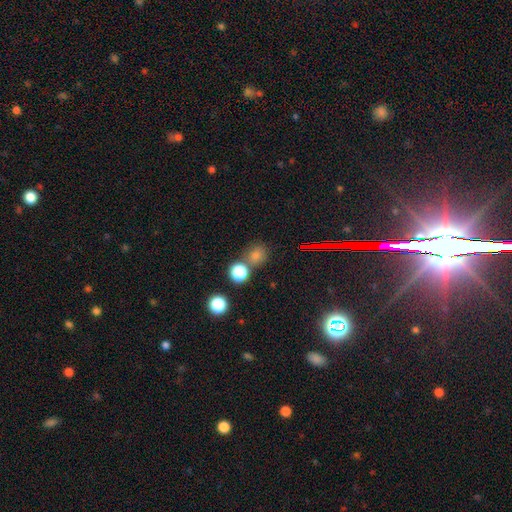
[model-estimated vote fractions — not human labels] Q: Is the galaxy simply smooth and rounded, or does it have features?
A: smooth — 70%.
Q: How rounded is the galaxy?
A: round — 80%.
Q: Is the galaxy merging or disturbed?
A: none — 69%.